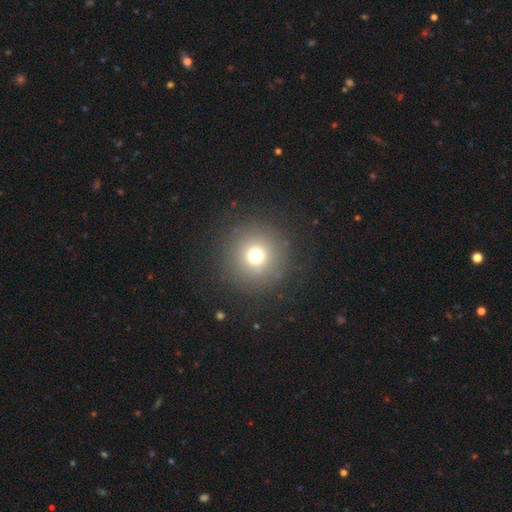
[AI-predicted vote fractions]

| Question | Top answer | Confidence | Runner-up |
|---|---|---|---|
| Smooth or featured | smooth | 71% | star or artifact (18%) |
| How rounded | round | 96% | in between (3%) |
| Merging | none | 89% | minor disturbance (6%) |